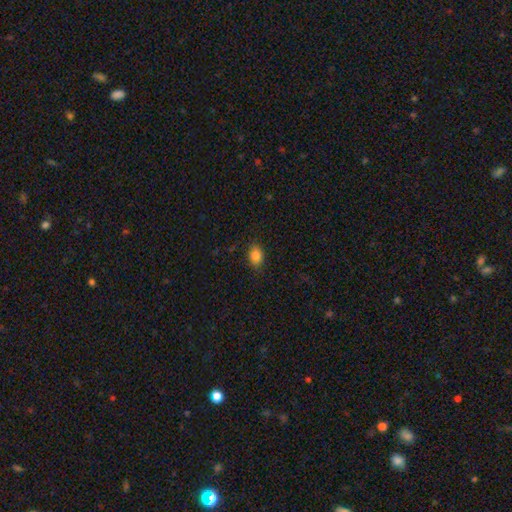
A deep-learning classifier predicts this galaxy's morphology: Overall: smooth (85%). How rounded: in between (72%). Merging: none (85%).